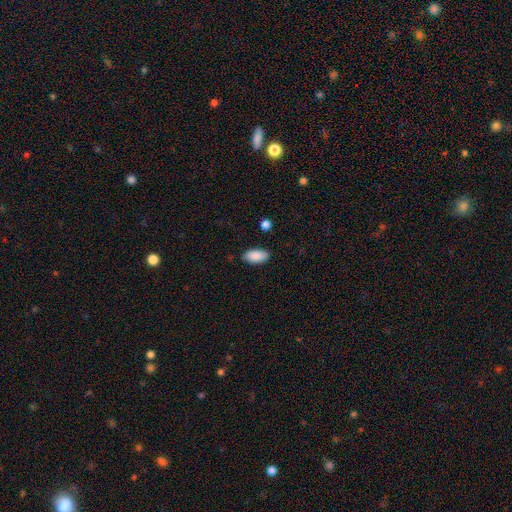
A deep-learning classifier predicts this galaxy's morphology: smooth_or_featured: smooth (p=0.89) [alt: star or artifact p=0.06]
how_rounded: in between (p=0.94) [alt: cigar-shaped p=0.04]
merging: none (p=0.83) [alt: minor disturbance p=0.12]